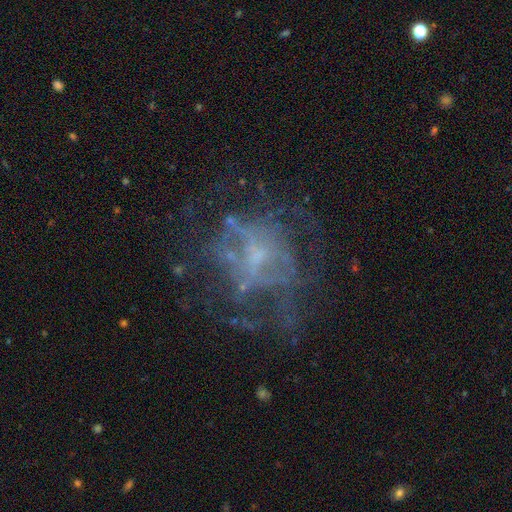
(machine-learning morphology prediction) Q: Smooth or featured?
A: featured or disk (66%); runner-up: star or artifact (18%)
Q: Edge-on disk?
A: no (97%); runner-up: yes (3%)
Q: Bar?
A: no (76%); runner-up: weak (19%)
Q: Spiral arms?
A: no (71%); runner-up: yes (29%)
Q: Bulge size?
A: small (44%); runner-up: none (31%)
Q: Merging?
A: none (53%); runner-up: major disturbance (28%)